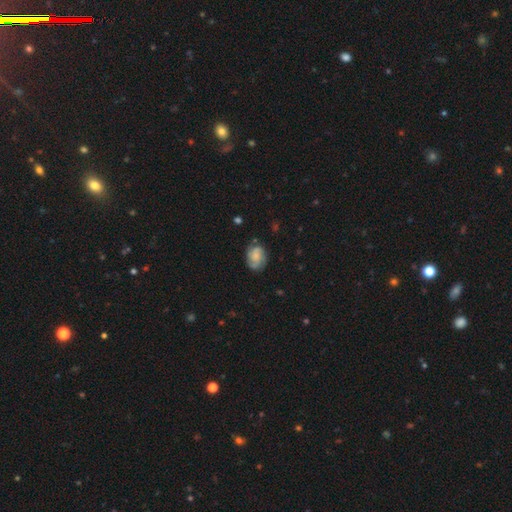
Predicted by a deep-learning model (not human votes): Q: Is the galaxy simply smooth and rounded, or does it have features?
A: featured or disk — 58%.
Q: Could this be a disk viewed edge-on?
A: no — 98%.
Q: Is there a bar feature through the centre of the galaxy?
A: no — 68%.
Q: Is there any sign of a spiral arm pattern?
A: yes — 90%.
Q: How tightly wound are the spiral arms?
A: medium — 42%.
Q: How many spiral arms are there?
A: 2 — 34%.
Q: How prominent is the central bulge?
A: small — 38%.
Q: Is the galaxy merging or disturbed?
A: none — 72%.